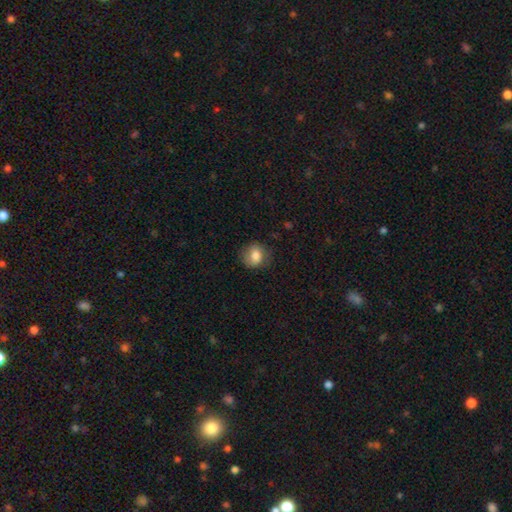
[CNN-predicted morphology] Q: Smooth or featured?
A: smooth (79%); runner-up: featured or disk (13%)
Q: How rounded?
A: round (64%); runner-up: in between (35%)
Q: Merging?
A: none (75%); runner-up: minor disturbance (18%)